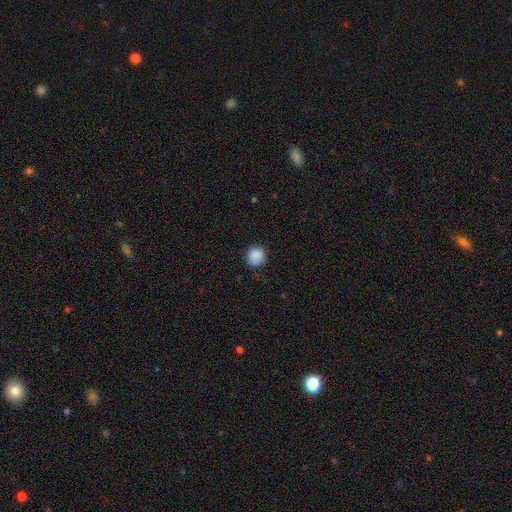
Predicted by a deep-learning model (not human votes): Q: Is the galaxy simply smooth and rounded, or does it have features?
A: smooth — 88%.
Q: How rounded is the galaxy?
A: round — 90%.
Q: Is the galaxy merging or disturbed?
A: none — 84%.